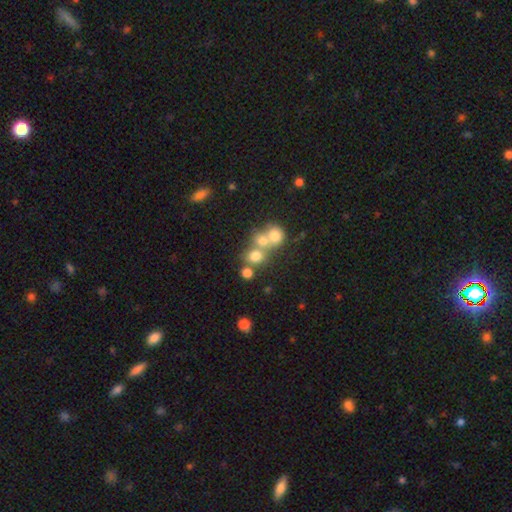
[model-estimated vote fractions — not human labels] Smooth or featured? smooth (71%)
How rounded? round (79%)
Merging? merger (47%)